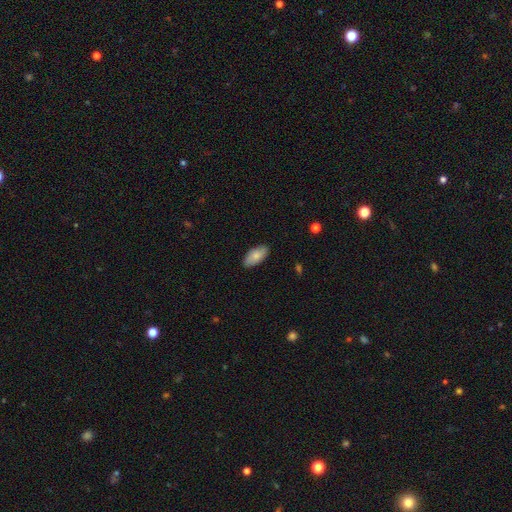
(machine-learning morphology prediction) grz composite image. It shows a smooth galaxy with no disk features (80%) that is in between round and cigar-shaped (93%). Merging: none (87%).